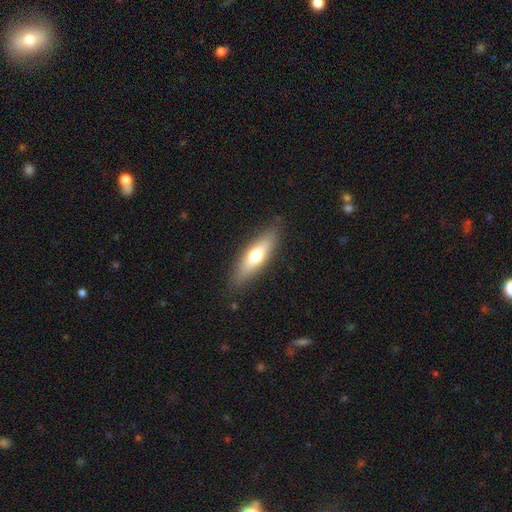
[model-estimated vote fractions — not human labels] Smooth or featured?
  - smooth: 60% *
  - featured or disk: 34%
  - star or artifact: 6%
How rounded?
  - cigar-shaped: 57% *
  - in between: 41%
  - round: 2%
Merging?
  - none: 86% *
  - minor disturbance: 11%
  - major disturbance: 3%
  - merger: 1%